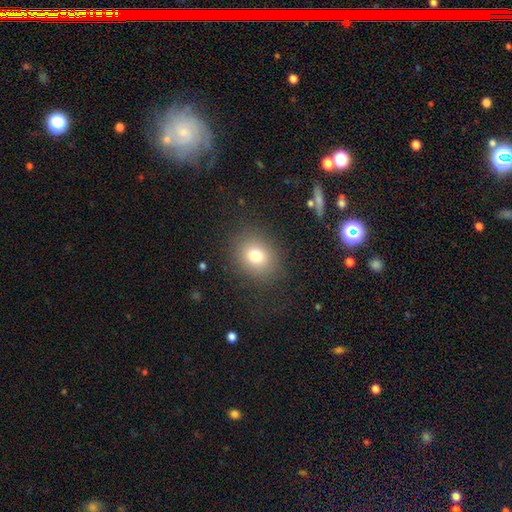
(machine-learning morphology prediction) A smooth galaxy with no disk features (76%) that is round (62%). Merging: none (85%).